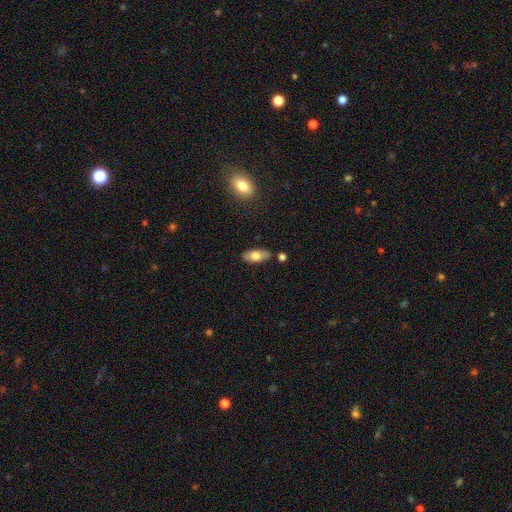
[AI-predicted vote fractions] A smooth galaxy with no disk features (69%) that is in between round and cigar-shaped (85%). Merging: none (81%).